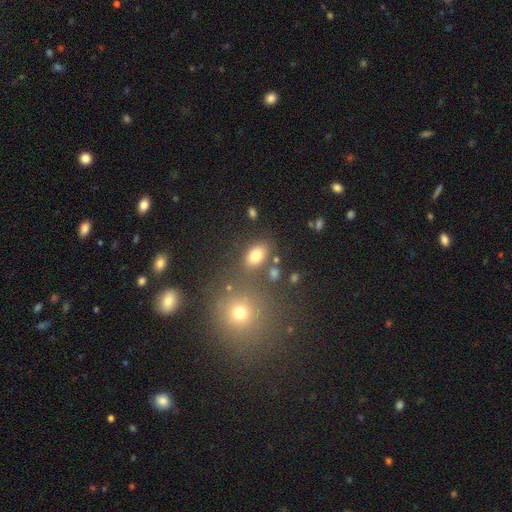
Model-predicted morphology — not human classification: Q: Smooth or featured?
A: smooth (77%); runner-up: star or artifact (13%)
Q: How rounded?
A: in between (80%); runner-up: round (19%)
Q: Merging?
A: none (73%); runner-up: minor disturbance (13%)